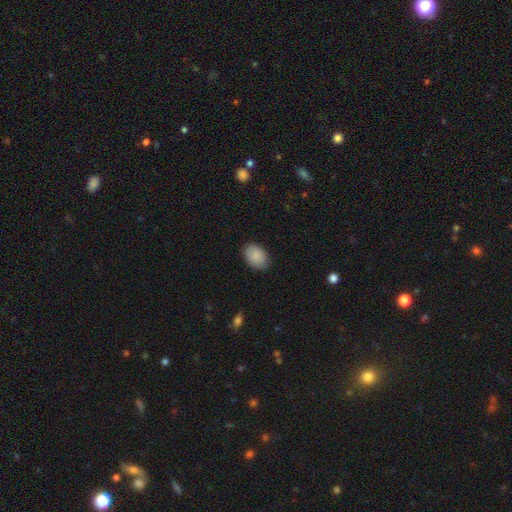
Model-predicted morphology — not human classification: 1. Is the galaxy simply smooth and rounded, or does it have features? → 89% smooth, 7% star or artifact, 5% featured or disk.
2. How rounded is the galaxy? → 79% in between, 20% round, 1% cigar-shaped.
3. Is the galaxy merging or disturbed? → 86% none, 11% minor disturbance, 2% major disturbance, 1% merger.